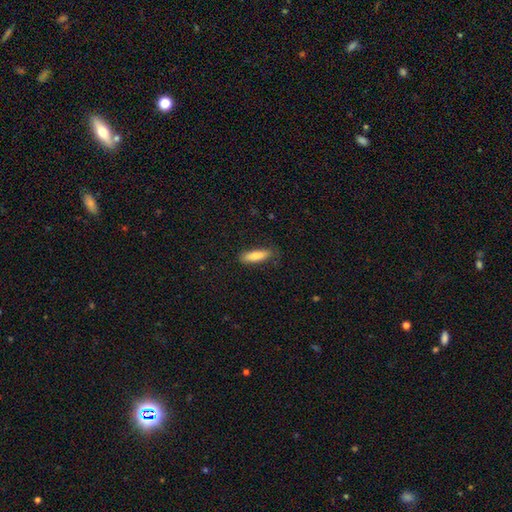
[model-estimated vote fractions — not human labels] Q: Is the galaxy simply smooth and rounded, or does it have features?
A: smooth — 82%.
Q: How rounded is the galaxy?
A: cigar-shaped — 58%.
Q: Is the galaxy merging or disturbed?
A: none — 79%.